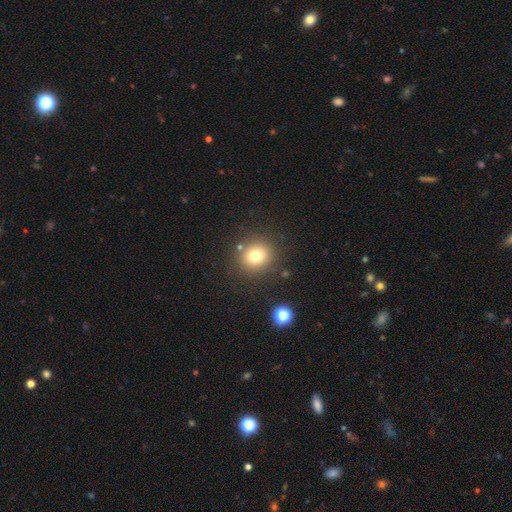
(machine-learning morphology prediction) Overall: smooth (76%). How rounded: round (87%). Merging: none (85%).